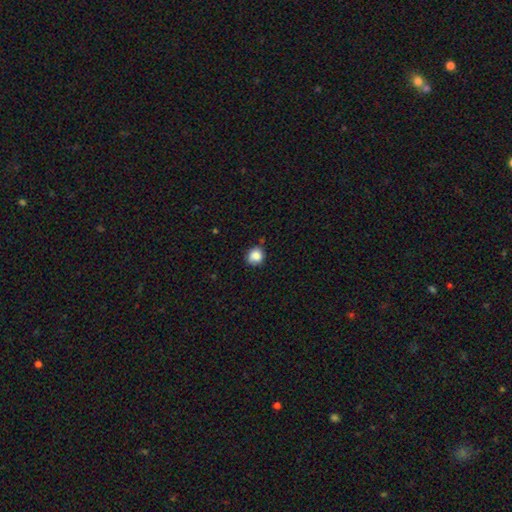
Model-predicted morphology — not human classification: smooth 86%, star or artifact 9%, featured or disk 5%. Down the decision tree: how rounded — round (84%); merging — none (75%).